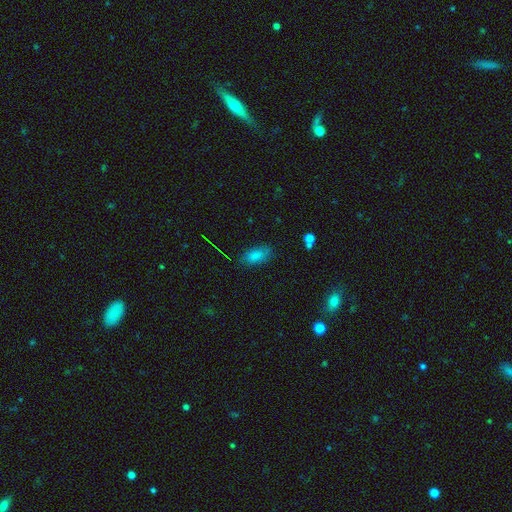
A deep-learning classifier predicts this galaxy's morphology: A smooth galaxy with no disk features (80%) that is in between round and cigar-shaped (88%). Merging: none (78%).